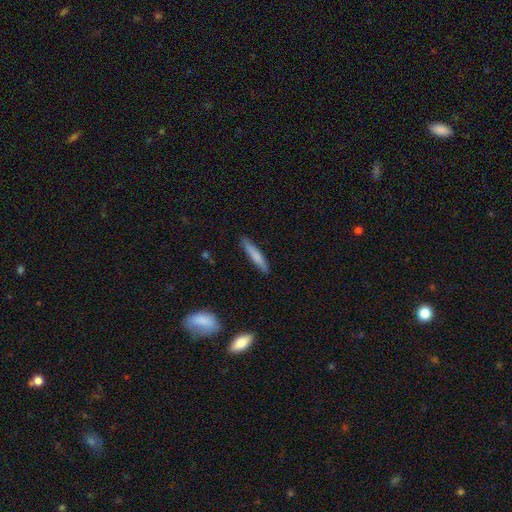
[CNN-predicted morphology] Smooth or featured? smooth (77%)
How rounded? cigar-shaped (90%)
Merging? none (85%)